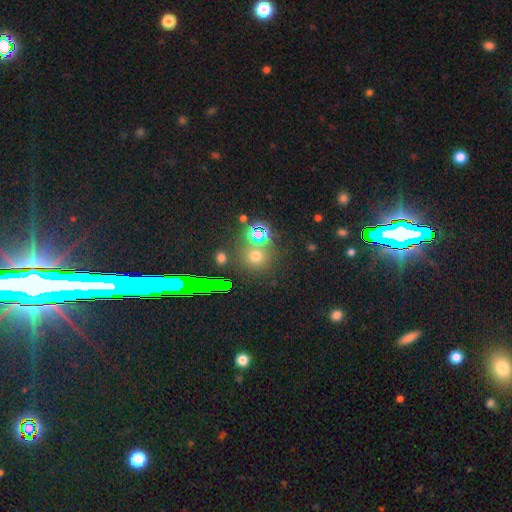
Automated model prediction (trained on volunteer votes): Smooth or featured? Predicted: smooth (p=0.56). How rounded? Predicted: round (p=0.87). Merging? Predicted: none (p=0.76).